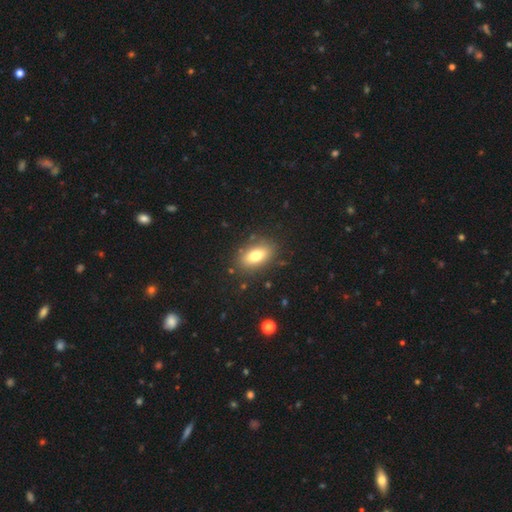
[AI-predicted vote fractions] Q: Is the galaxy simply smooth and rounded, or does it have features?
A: smooth — 76%.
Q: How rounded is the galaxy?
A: in between — 87%.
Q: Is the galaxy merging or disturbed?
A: none — 84%.